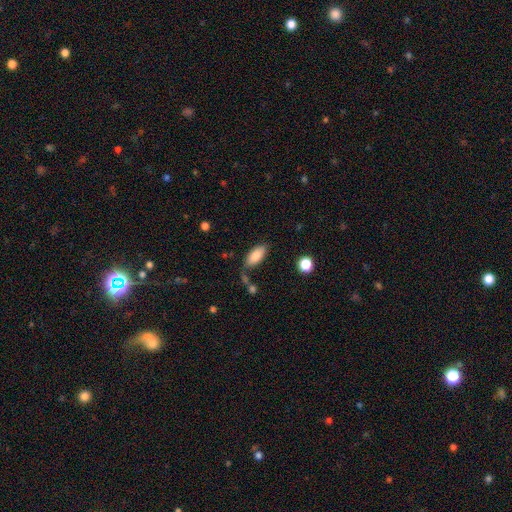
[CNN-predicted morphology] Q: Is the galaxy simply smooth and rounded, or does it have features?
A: smooth — 85%.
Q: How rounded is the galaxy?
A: in between — 89%.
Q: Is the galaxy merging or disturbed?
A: none — 70%.